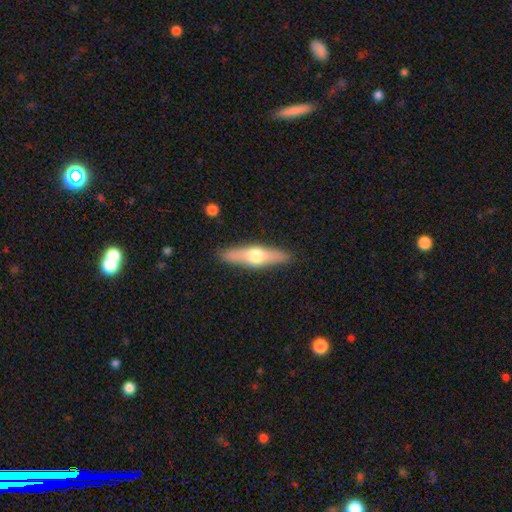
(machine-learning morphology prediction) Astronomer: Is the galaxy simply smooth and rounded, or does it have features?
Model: featured or disk — 51% (runner-up: smooth, 44%).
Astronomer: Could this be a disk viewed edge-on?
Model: yes — 89%.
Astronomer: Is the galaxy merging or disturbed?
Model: none — 88%.